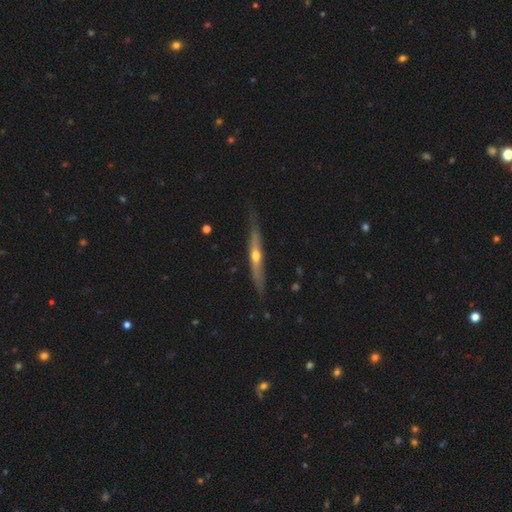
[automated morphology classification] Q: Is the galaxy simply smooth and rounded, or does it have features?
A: featured or disk — 63%.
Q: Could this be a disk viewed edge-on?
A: yes — 91%.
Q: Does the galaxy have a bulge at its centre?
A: rounded — 82%.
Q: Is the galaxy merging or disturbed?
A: none — 77%.